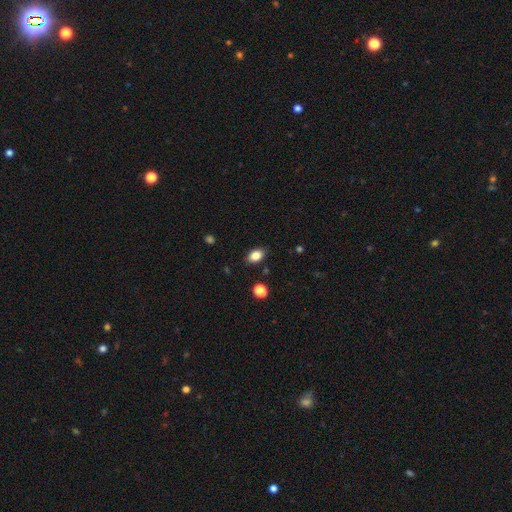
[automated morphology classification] Smooth or featured: smooth — 84% (star or artifact — 9%)
How rounded: in between — 82% (round — 16%)
Merging: none — 85% (minor disturbance — 10%)